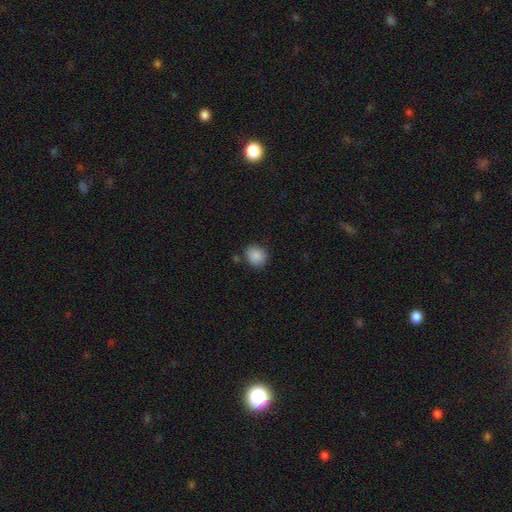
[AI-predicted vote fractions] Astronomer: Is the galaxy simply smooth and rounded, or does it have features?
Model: smooth — 88%.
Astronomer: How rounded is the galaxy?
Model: round — 70%.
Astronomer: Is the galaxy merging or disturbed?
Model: none — 80%.